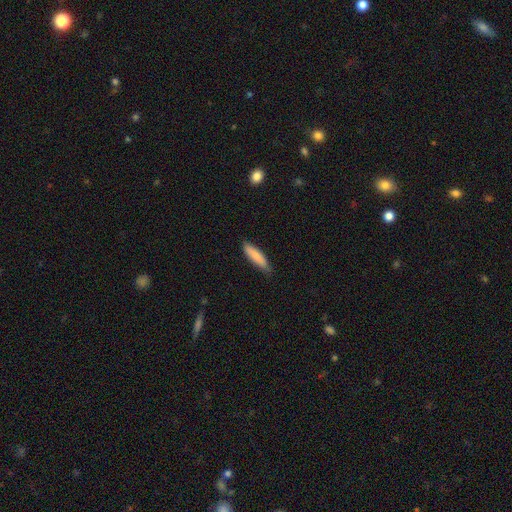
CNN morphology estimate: This is clearly a smooth galaxy (84%). How rounded: likely cigar-shaped (70%). Merging: likely none (79%).